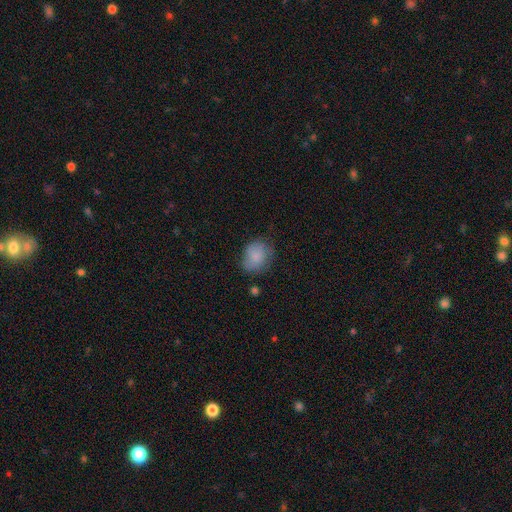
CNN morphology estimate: Smooth or featured? Predicted: smooth (p=0.81). How rounded? Predicted: round (p=0.57). Merging? Predicted: none (p=0.62).